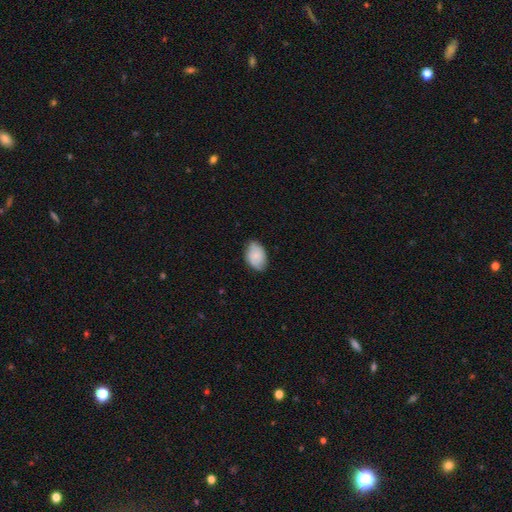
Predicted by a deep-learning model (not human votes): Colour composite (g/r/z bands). It shows a smooth galaxy with no disk features (75%) that is in between round and cigar-shaped (88%). Merging: none (74%).